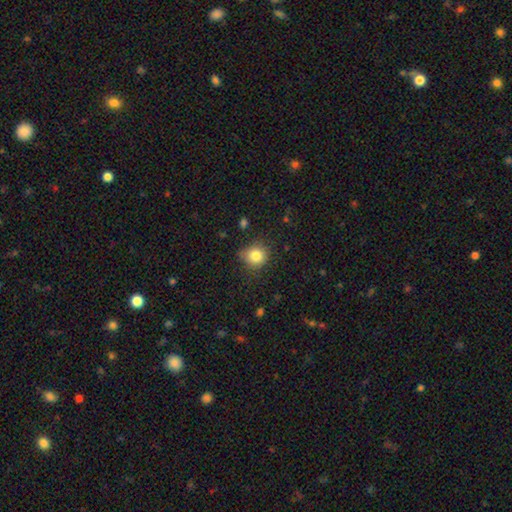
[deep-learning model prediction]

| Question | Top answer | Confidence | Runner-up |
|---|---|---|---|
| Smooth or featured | smooth | 82% | star or artifact (11%) |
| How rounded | round | 82% | in between (17%) |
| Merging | none | 74% | minor disturbance (20%) |